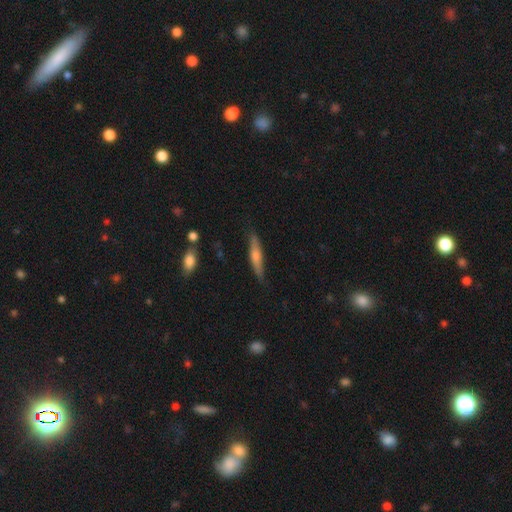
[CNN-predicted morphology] Overall: featured or disk (50%; smooth 44%). Edge-on disk: yes (93%). Merging: none (83%).